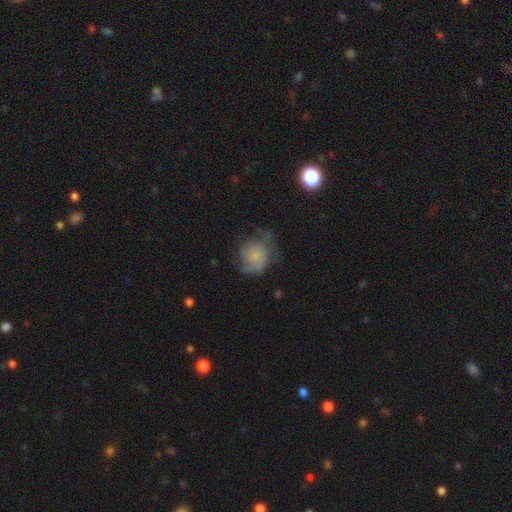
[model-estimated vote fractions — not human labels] Smooth or featured: smooth — 60% (featured or disk — 31%)
How rounded: round — 79% (in between — 20%)
Merging: none — 45% (minor disturbance — 31%)